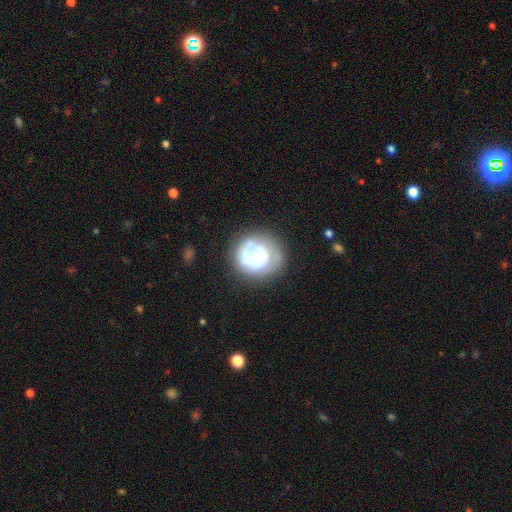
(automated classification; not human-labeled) Smooth or featured: featured or disk — 58% (smooth — 34%)
Edge-on disk: no — 98% (yes — 2%)
Bar: no — 76% (weak — 19%)
Spiral arms: yes — 70% (no — 30%)
Bulge size: small — 33% (moderate — 24%)
Merging: none — 65% (minor disturbance — 20%)